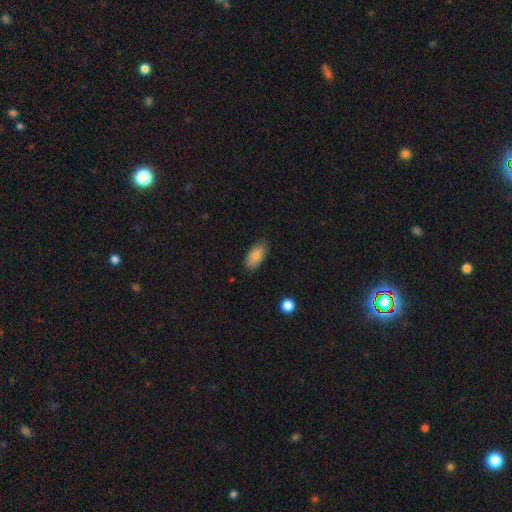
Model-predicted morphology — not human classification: A smooth galaxy with no disk features (86%) that is in between round and cigar-shaped (92%).

Vote fractions:
- Smooth or featured? smooth: 86% / featured or disk: 7% / star or artifact: 7%
- How rounded? in between: 92% / cigar-shaped: 6% / round: 3%
- Merging? none: 85% / minor disturbance: 11% / major disturbance: 2% / merger: 1%